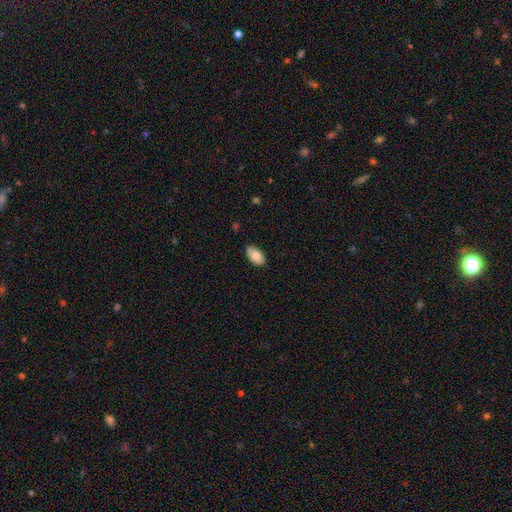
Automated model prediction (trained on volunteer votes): A smooth galaxy with no disk features (79%) that is in between round and cigar-shaped (94%). Merging: none (85%).